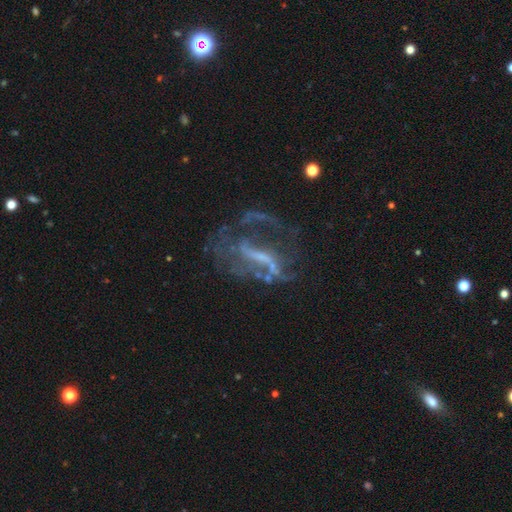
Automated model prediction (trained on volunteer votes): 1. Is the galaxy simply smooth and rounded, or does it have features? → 76% featured or disk, 14% star or artifact, 10% smooth.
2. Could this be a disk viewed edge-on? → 88% no, 12% yes.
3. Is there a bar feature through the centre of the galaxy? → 52% strong, 29% weak, 19% no.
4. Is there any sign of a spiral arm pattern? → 70% yes, 30% no.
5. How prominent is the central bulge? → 42% none, 37% small, 17% moderate, 3% large, 1% dominant.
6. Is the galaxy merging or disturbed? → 45% none, 33% major disturbance, 17% minor disturbance, 5% merger.